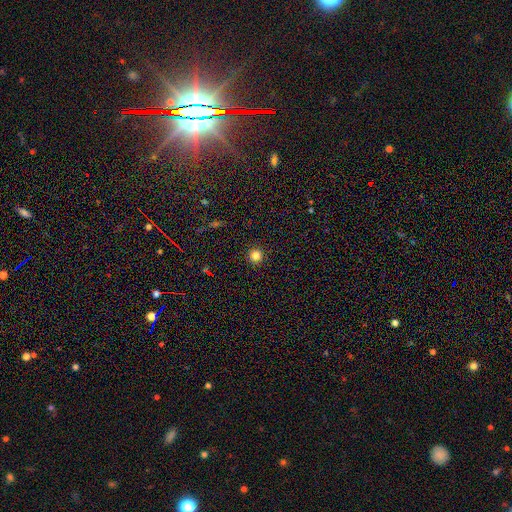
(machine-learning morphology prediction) smooth 82%, star or artifact 14%, featured or disk 4%. Down the decision tree: how rounded — round (96%); merging — none (93%).